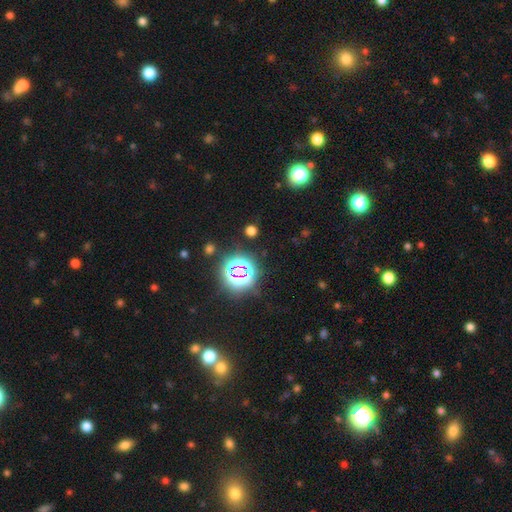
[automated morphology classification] The model was most divided on "smooth or featured": star or artifact: 75%, smooth: 18%, featured or disk: 7%.